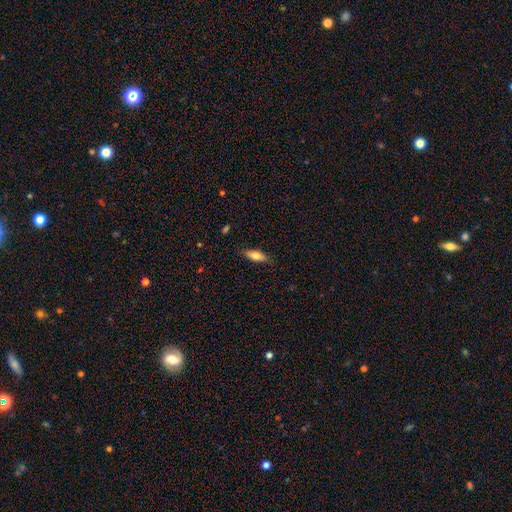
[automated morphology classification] Q: Smooth or featured?
A: smooth (73%); runner-up: featured or disk (20%)
Q: How rounded?
A: in between (64%); runner-up: cigar-shaped (33%)
Q: Merging?
A: none (83%); runner-up: minor disturbance (14%)